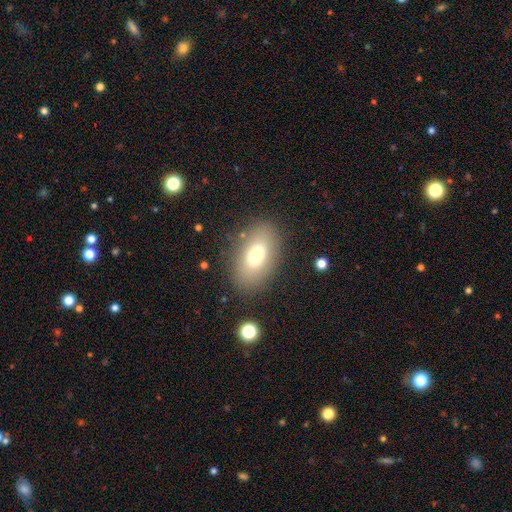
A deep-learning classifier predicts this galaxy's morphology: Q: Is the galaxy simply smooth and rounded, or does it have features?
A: smooth — 71%.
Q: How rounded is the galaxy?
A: in between — 90%.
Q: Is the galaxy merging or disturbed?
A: none — 82%.